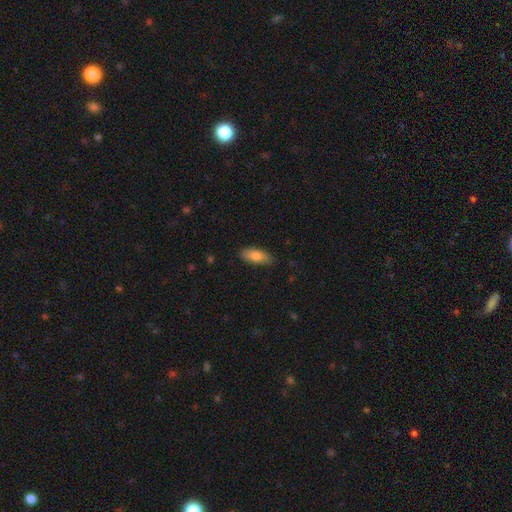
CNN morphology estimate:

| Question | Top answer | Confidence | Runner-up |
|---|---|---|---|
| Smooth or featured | smooth | 82% | featured or disk (12%) |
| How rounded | in between | 79% | cigar-shaped (19%) |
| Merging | none | 84% | minor disturbance (13%) |